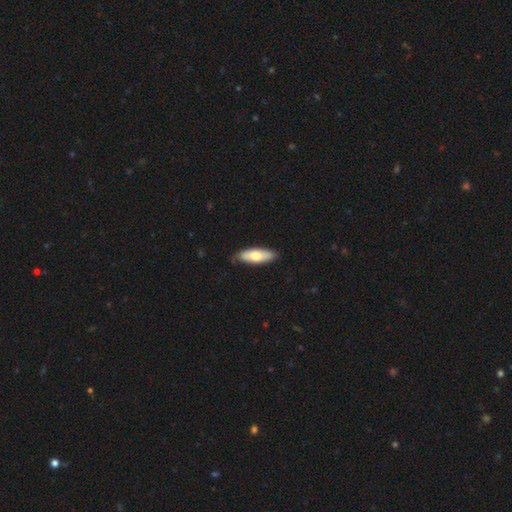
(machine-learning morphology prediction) A smooth galaxy with no disk features (67%) that is in between round and cigar-shaped (62%).

Vote fractions:
- Smooth or featured? smooth: 67% / featured or disk: 29% / star or artifact: 5%
- How rounded? in between: 62% / cigar-shaped: 36% / round: 2%
- Merging? none: 83% / minor disturbance: 14% / major disturbance: 2% / merger: 1%